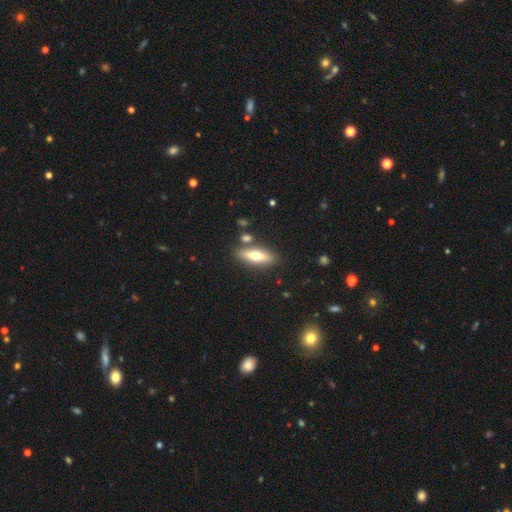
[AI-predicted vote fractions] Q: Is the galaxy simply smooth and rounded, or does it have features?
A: smooth — 58%.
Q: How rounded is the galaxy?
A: in between — 50%.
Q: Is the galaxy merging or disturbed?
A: none — 81%.